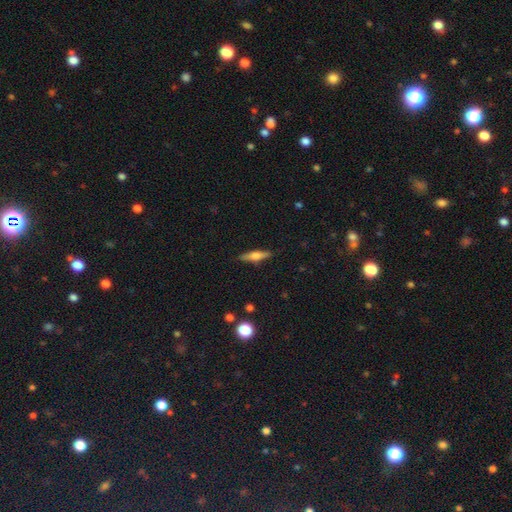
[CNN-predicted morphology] This appears to be a smooth galaxy with no disk features (51%) that is cigar-shaped (74%). Merging: none (87%).